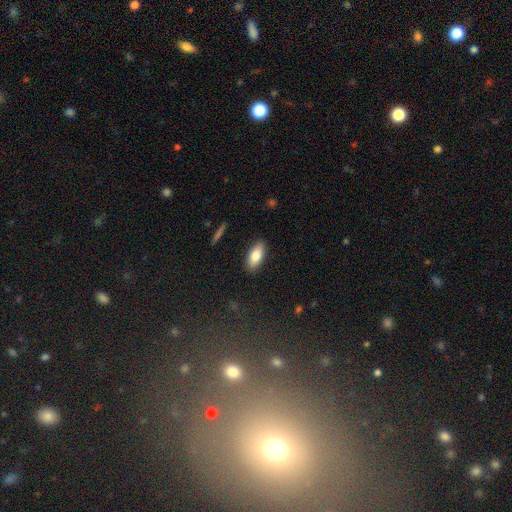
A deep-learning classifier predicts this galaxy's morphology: This appears to be a smooth galaxy with no disk features (81%) that is in between round and cigar-shaped (85%). Merging: none (88%).